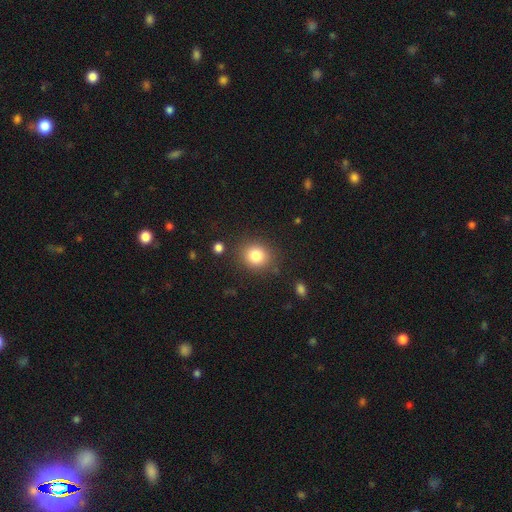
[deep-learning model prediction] smooth_or_featured: smooth (p=0.82) [alt: star or artifact p=0.11]
how_rounded: round (p=0.77) [alt: in between p=0.22]
merging: none (p=0.84) [alt: minor disturbance p=0.10]